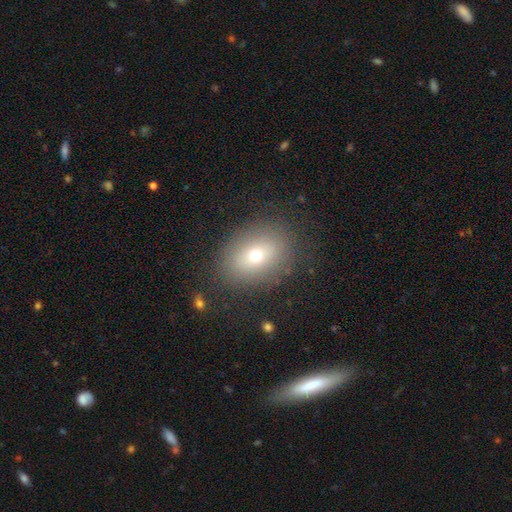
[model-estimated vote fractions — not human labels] smooth 66%, featured or disk 20%, star or artifact 14%. Down the decision tree: how rounded — in between (68%); merging — none (82%).